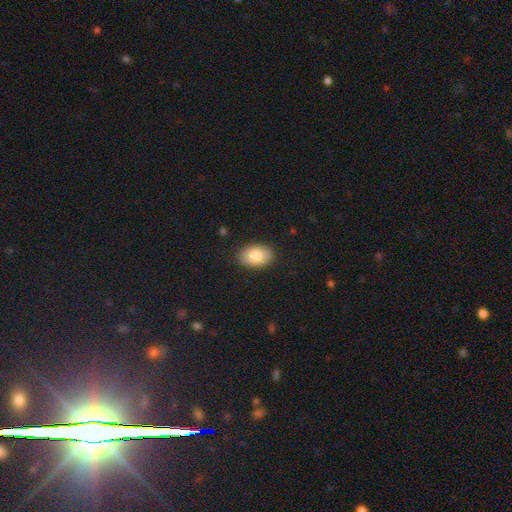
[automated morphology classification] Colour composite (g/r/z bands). It shows a smooth galaxy with no disk features (86%) that is in between round and cigar-shaped (91%). Merging: none (87%).